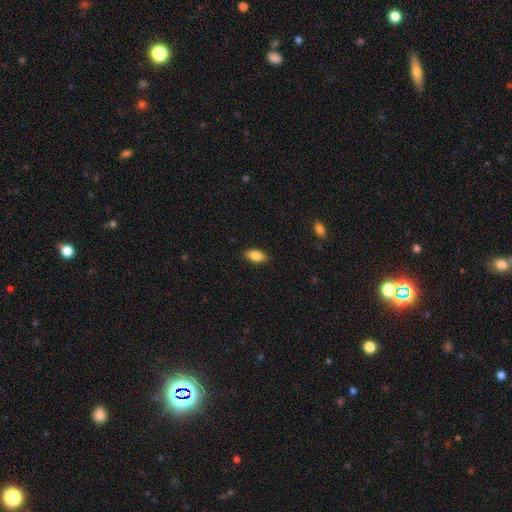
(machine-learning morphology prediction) Q: Smooth or featured?
A: smooth (84%); runner-up: featured or disk (9%)
Q: How rounded?
A: in between (89%); runner-up: cigar-shaped (7%)
Q: Merging?
A: none (87%); runner-up: minor disturbance (10%)